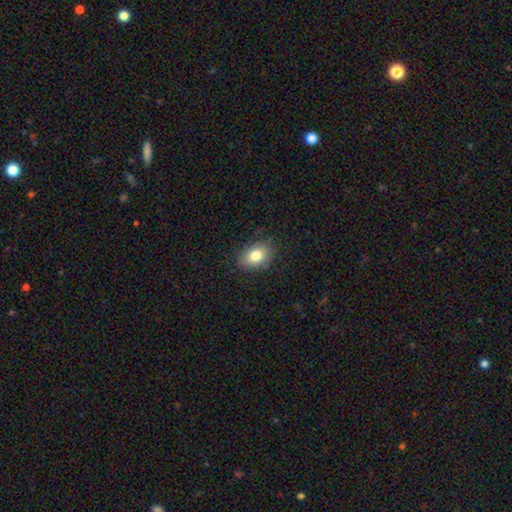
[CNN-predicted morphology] This is clearly a smooth galaxy (81%). How rounded: likely in between (76%). Merging: clearly none (82%).